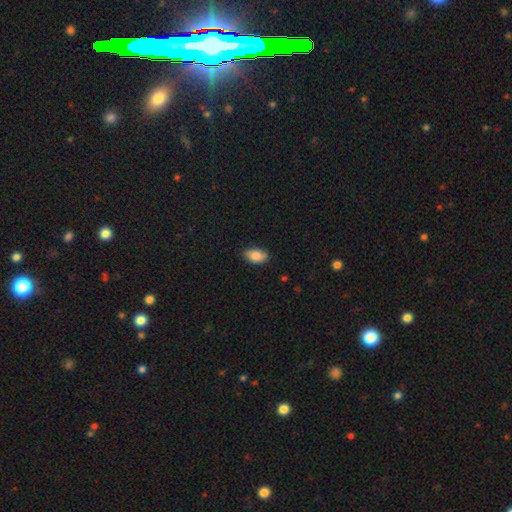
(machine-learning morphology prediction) Smooth or featured?
  - smooth: 86% *
  - featured or disk: 7%
  - star or artifact: 7%
How rounded?
  - in between: 93% *
  - round: 5%
  - cigar-shaped: 2%
Merging?
  - none: 84% *
  - minor disturbance: 13%
  - major disturbance: 2%
  - merger: 1%